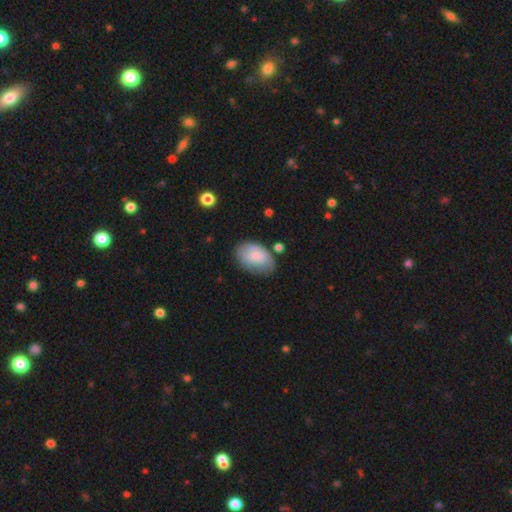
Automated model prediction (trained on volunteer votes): Overall: smooth (72%). How rounded: in between (88%). Merging: none (62%; minor disturbance 26%).